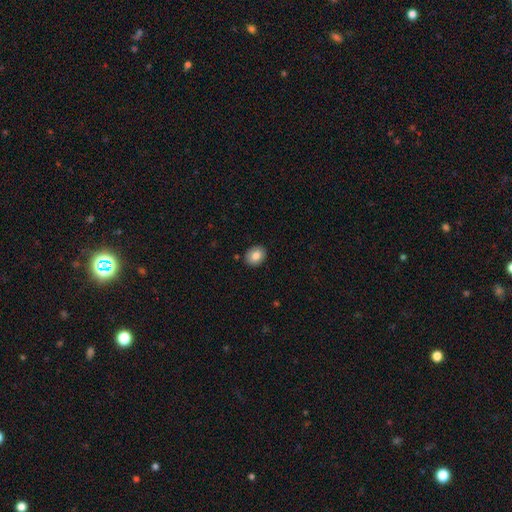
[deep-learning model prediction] Q: Smooth or featured?
A: smooth (82%); runner-up: featured or disk (10%)
Q: How rounded?
A: in between (51%); runner-up: round (48%)
Q: Merging?
A: none (89%); runner-up: minor disturbance (8%)